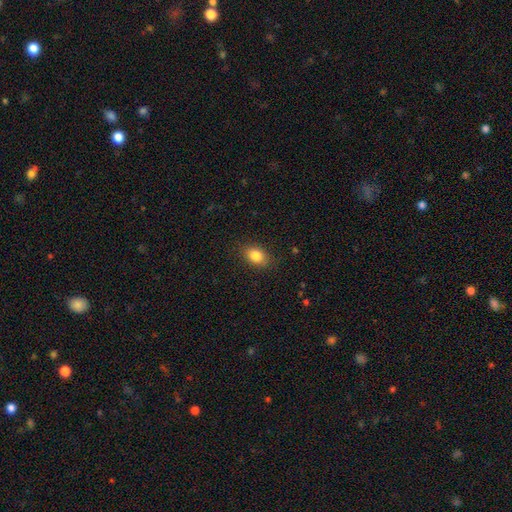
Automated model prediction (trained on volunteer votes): Smooth or featured? smooth (84%)
How rounded? in between (74%)
Merging? none (85%)